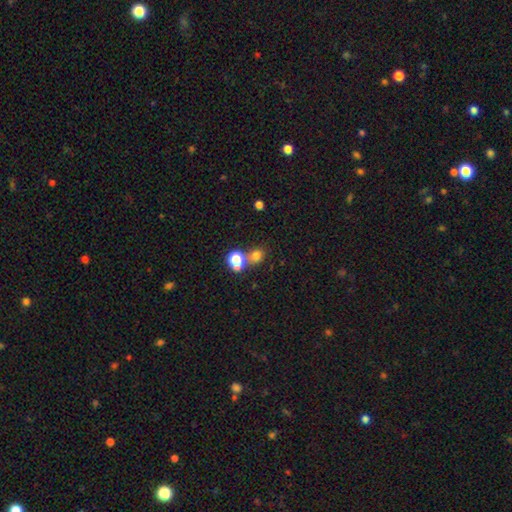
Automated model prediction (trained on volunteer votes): Smooth or featured?
  - smooth: 71% *
  - star or artifact: 20%
  - featured or disk: 9%
How rounded?
  - round: 71% *
  - in between: 28%
  - cigar-shaped: 1%
Merging?
  - none: 55% *
  - merger: 30%
  - minor disturbance: 10%
  - major disturbance: 5%